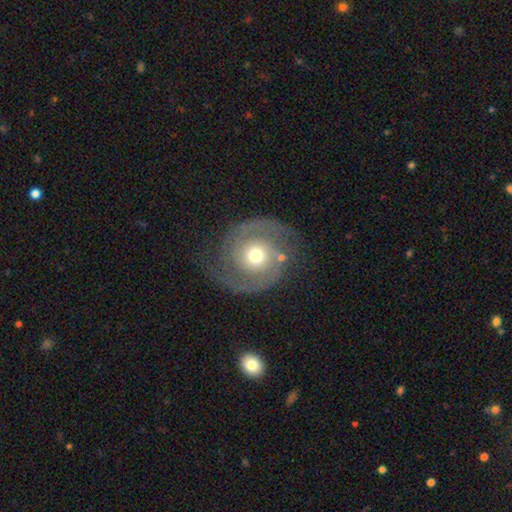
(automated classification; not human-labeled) smooth_or_featured: featured or disk (p=0.86) [alt: smooth p=0.09]
disk_edge_on: no (p=0.98) [alt: yes p=0.02]
bar: no (p=0.77) [alt: weak p=0.18]
has_spiral_arms: yes (p=0.95) [alt: no p=0.05]
spiral_winding: tight (p=0.52) [alt: medium p=0.37]
spiral_arm_count: 2 (p=0.88) [alt: can't tell p=0.04]
bulge_size: moderate (p=0.69) [alt: small p=0.18]
merging: none (p=0.76) [alt: minor disturbance p=0.13]